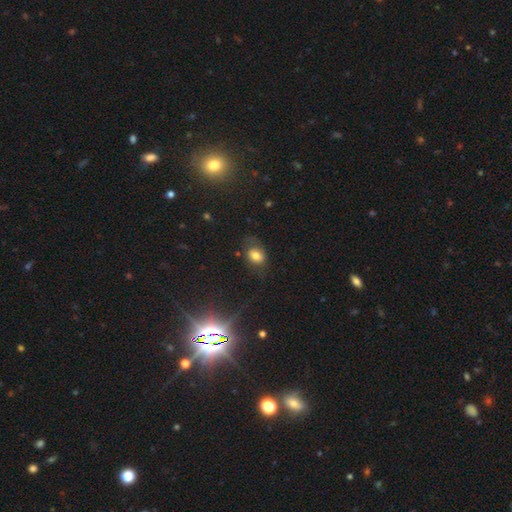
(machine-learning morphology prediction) Smooth or featured? Predicted: smooth (p=0.73). How rounded? Predicted: in between (p=0.68). Merging? Predicted: none (p=0.61).